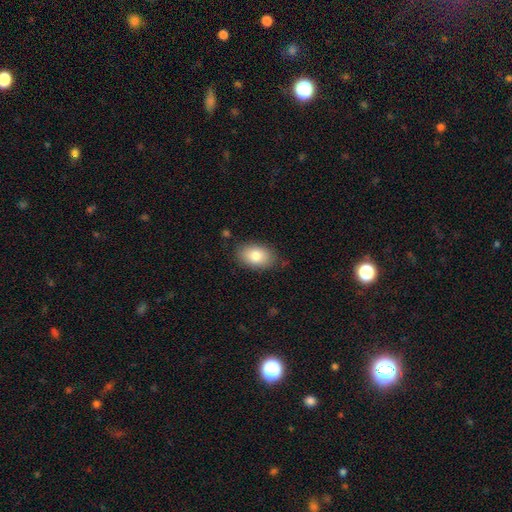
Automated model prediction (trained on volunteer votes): Morphology: type=smooth (82%); roundness=in between (87%); merging=none (82%).